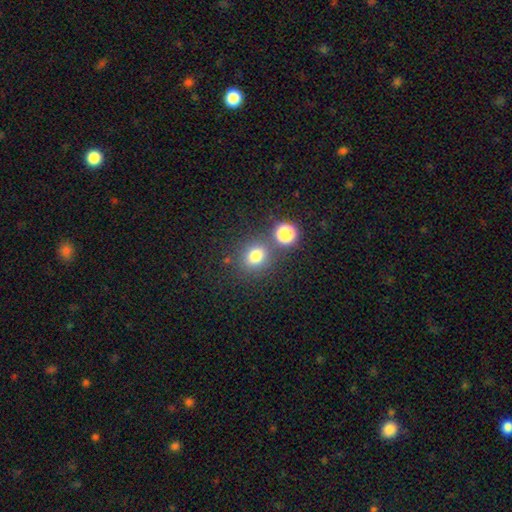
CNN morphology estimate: smooth 76%, star or artifact 16%, featured or disk 7%. Down the decision tree: how rounded — round (75%); merging — none (74%).